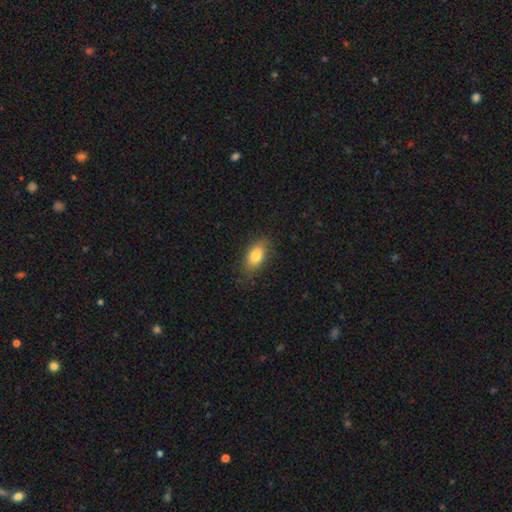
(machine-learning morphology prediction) A smooth galaxy with no disk features (81%) that is in between round and cigar-shaped (87%).

Vote fractions:
- Smooth or featured? smooth: 81% / featured or disk: 11% / star or artifact: 8%
- How rounded? in between: 87% / round: 7% / cigar-shaped: 6%
- Merging? none: 80% / minor disturbance: 15% / major disturbance: 4% / merger: 1%